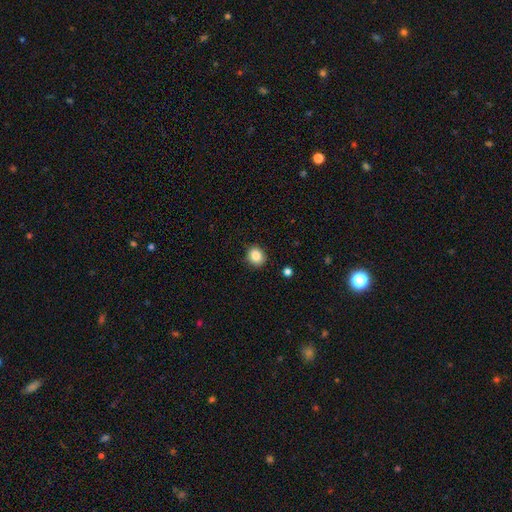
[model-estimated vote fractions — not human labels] Smooth or featured?
  - smooth: 86% *
  - star or artifact: 10%
  - featured or disk: 5%
How rounded?
  - round: 74% *
  - in between: 25%
  - cigar-shaped: 1%
Merging?
  - none: 87% *
  - minor disturbance: 9%
  - major disturbance: 2%
  - merger: 1%